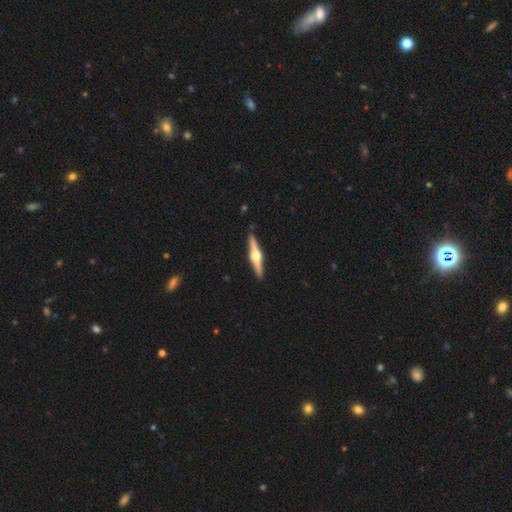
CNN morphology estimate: featured or disk 80%, smooth 16%, star or artifact 4%. Down the decision tree: edge-on disk — yes (98%); edge-on bulge — rounded (96%); merging — none (92%).